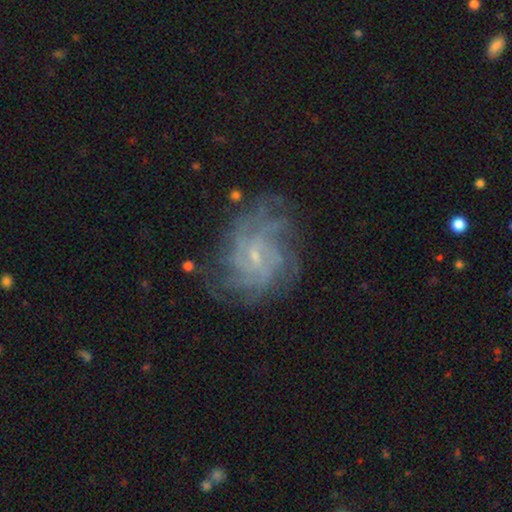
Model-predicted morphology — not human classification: A featured or disk galaxy (84%) with no bar (48%), tight (55%) spiral arms (96%) and a small central bulge (79%).

Vote fractions:
- Smooth or featured? featured or disk: 84% / star or artifact: 9% / smooth: 7%
- Edge-on disk? no: 98% / yes: 2%
- Bar? no: 48% / weak: 44% / strong: 8%
- Spiral arms? yes: 96% / no: 4%
- Spiral winding? tight: 55% / medium: 35% / loose: 10%
- Spiral arm count? can't tell: 29% / 4: 25% / more than 4: 20% / 3: 10% / 2: 8% / 1: 7%
- Bulge size? small: 79% / moderate: 13% / none: 6% / large: 1% / dominant: 1%
- Merging? none: 73% / minor disturbance: 16% / major disturbance: 9% / merger: 2%